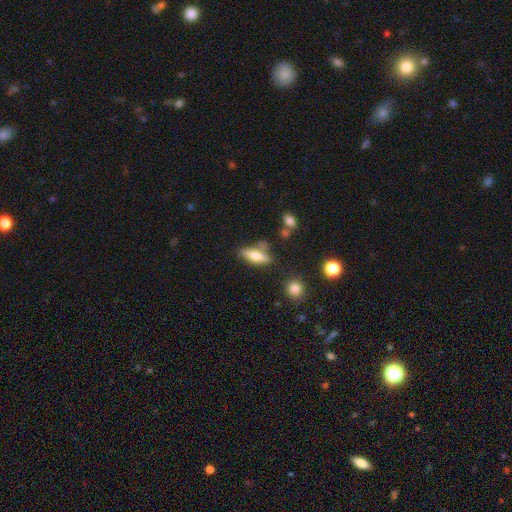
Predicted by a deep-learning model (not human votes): Overall: smooth (61%; featured or disk 31%). How rounded: in between (54%; cigar-shaped 43%). Merging: none (69%).